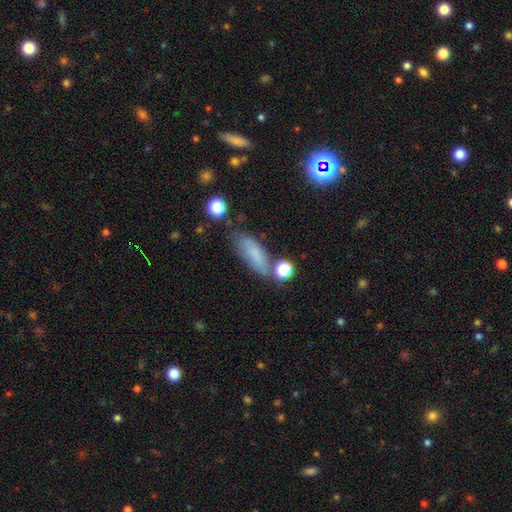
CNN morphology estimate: A smooth galaxy with no disk features (73%) that is in between round and cigar-shaped (64%).

Vote fractions:
- Smooth or featured? smooth: 73% / featured or disk: 16% / star or artifact: 11%
- How rounded? in between: 64% / cigar-shaped: 31% / round: 4%
- Merging? none: 54% / minor disturbance: 24% / merger: 12% / major disturbance: 10%